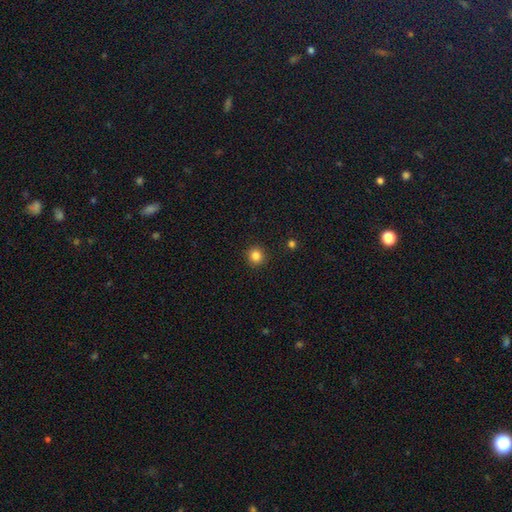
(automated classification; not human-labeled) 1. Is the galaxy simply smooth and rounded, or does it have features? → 84% smooth, 12% star or artifact, 4% featured or disk.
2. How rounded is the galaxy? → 91% round, 8% in between, 1% cigar-shaped.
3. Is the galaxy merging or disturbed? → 92% none, 5% minor disturbance, 2% major disturbance, 1% merger.